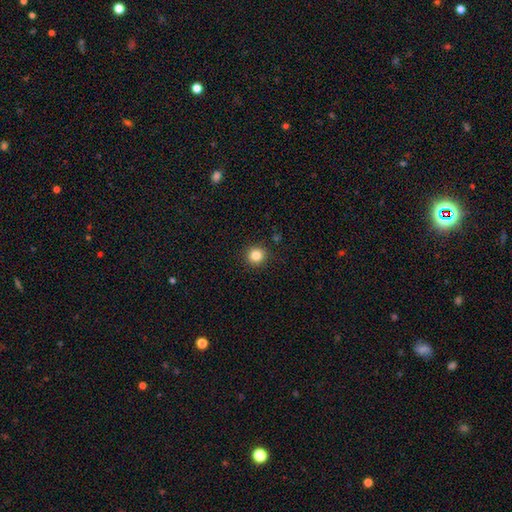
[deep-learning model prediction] Morphology: type=smooth (84%); roundness=round (93%); merging=none (91%).